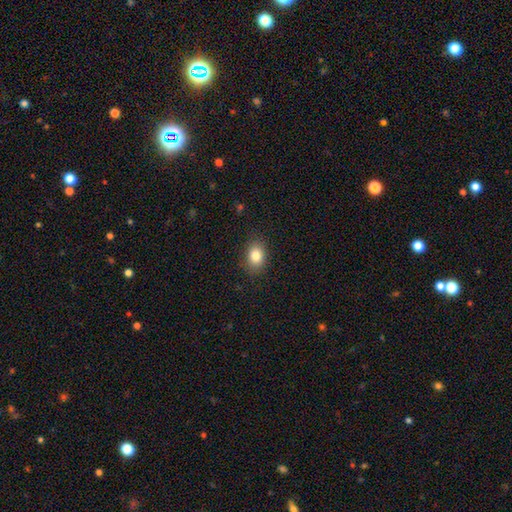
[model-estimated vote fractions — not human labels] smooth-or-featured: smooth: 84% | star or artifact: 9% | featured or disk: 7%
  how-rounded: in between: 66% | round: 32% | cigar-shaped: 1%
  merging: none: 86% | minor disturbance: 10% | major disturbance: 3% | merger: 1%